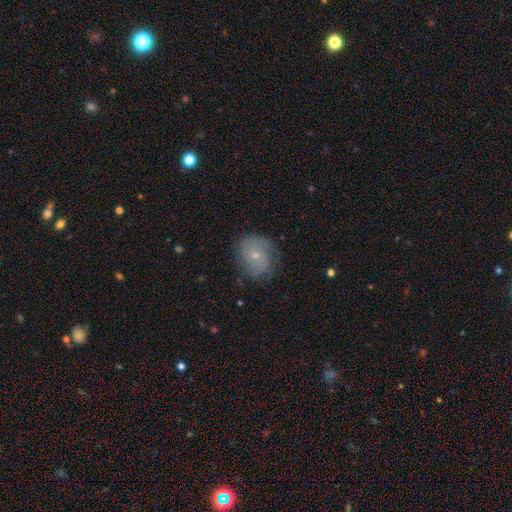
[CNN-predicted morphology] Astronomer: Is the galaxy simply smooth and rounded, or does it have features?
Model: smooth — 48% (runner-up: featured or disk, 43%).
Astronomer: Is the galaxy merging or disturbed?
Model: none — 70%.